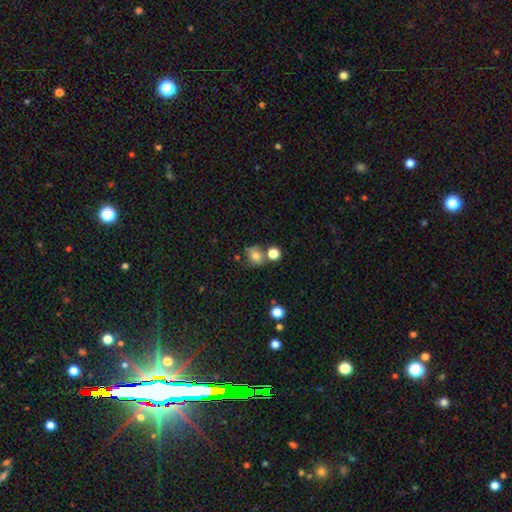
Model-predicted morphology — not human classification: type=smooth (70%); roundness=round (64%); merging=none (51%).